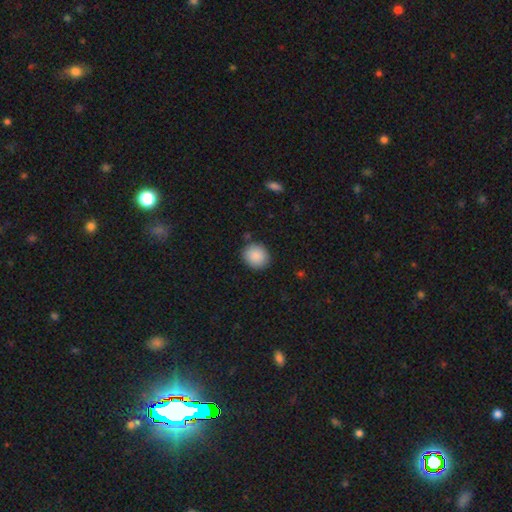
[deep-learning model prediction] Overall: smooth (89%). How rounded: round (78%). Merging: none (86%).